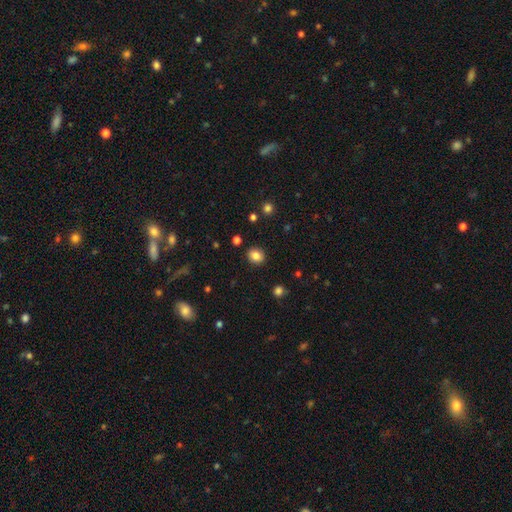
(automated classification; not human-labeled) Smooth or featured? smooth (84%)
How rounded? round (68%)
Merging? none (89%)